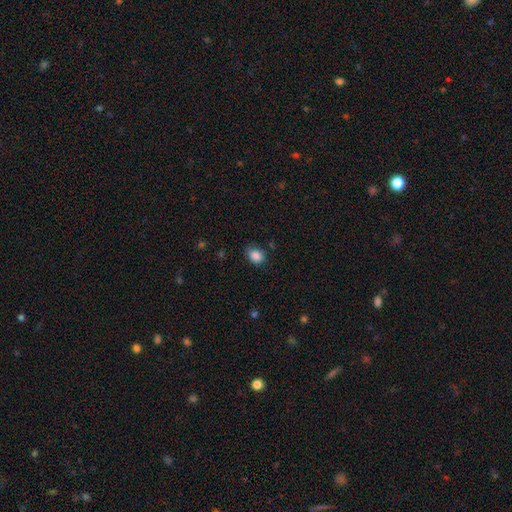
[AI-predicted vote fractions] The model was most divided on "how rounded": in between: 60%, round: 39%, cigar-shaped: 1%. More confident: smooth or featured — smooth (86%); merging — none (69%).